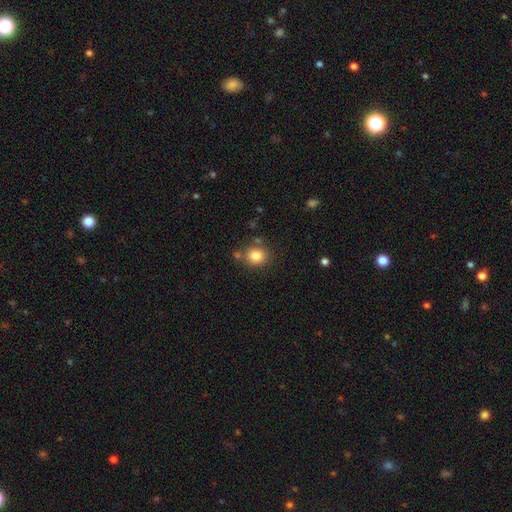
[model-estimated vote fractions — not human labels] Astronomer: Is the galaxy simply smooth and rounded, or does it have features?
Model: smooth — 83%.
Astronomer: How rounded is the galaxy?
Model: round — 80%.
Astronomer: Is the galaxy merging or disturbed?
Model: none — 76%.